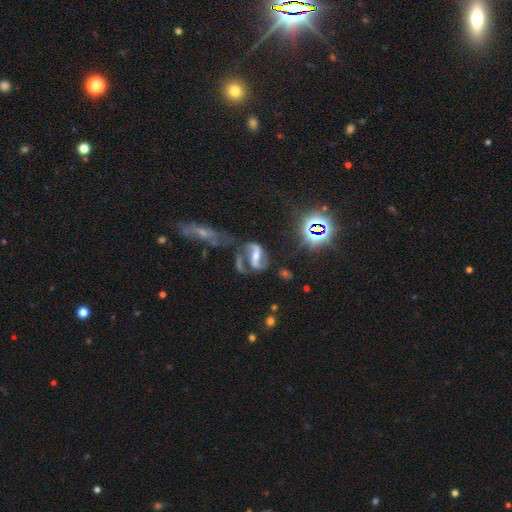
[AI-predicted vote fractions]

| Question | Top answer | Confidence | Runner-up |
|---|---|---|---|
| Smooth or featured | featured or disk | 76% | star or artifact (14%) |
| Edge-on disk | no | 95% | yes (5%) |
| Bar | strong | 54% | weak (30%) |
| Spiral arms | yes | 90% | no (10%) |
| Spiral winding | loose | 45% | medium (42%) |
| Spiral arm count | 2 | 88% | 1 (5%) |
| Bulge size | moderate | 49% | small (34%) |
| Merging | none | 44% | major disturbance (21%) |